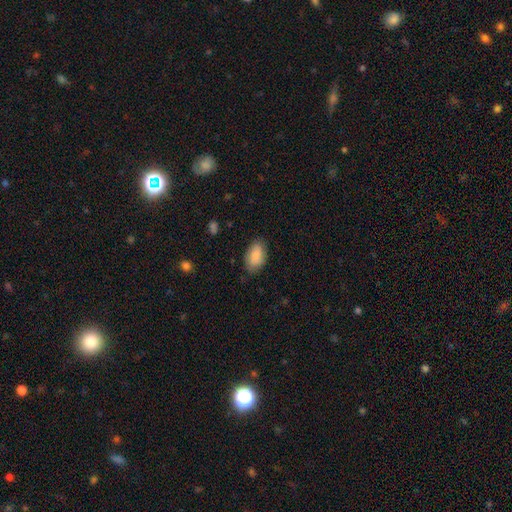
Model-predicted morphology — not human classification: smooth 83%, featured or disk 10%, star or artifact 6%. Down the decision tree: how rounded — in between (93%); merging — none (76%).